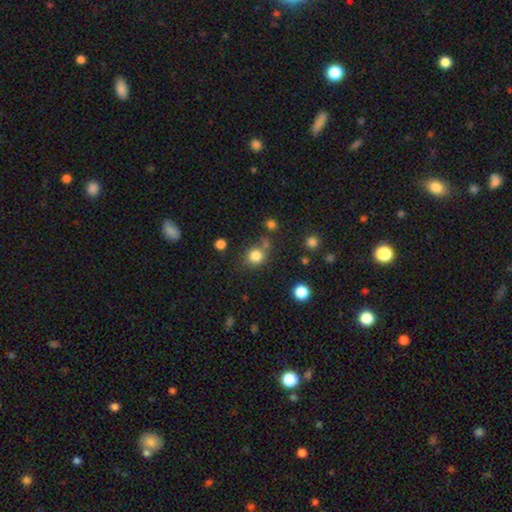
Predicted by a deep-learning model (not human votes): Smooth or featured? smooth (82%)
How rounded? round (83%)
Merging? none (68%)